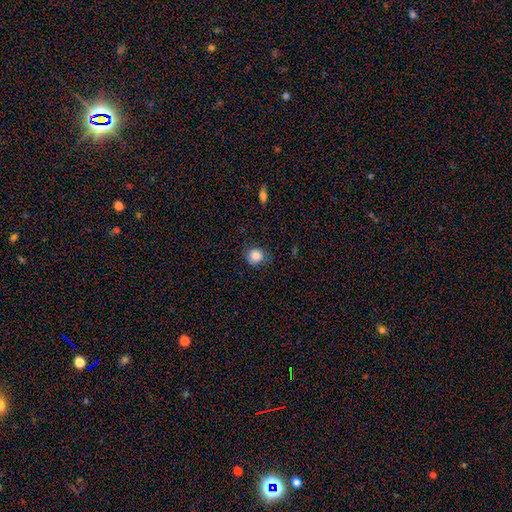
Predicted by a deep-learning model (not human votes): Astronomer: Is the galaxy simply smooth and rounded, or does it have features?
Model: smooth — 85%.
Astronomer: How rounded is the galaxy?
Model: round — 85%.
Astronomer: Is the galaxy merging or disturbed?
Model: none — 80%.